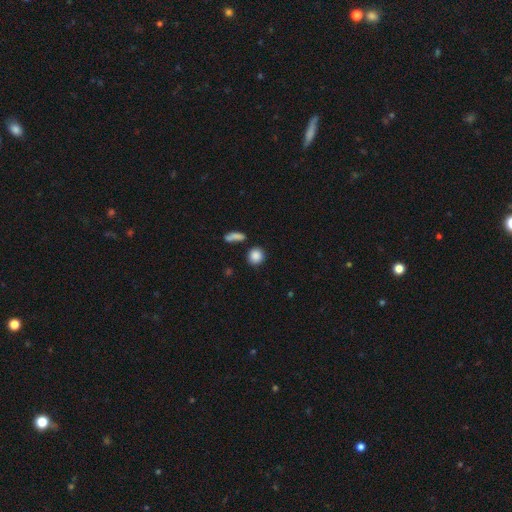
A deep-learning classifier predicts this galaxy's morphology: This is clearly a smooth galaxy (87%). How rounded: clearly round (83%). Merging: likely none (79%).